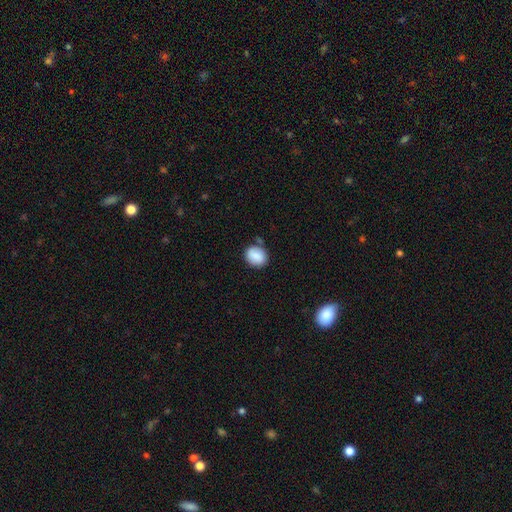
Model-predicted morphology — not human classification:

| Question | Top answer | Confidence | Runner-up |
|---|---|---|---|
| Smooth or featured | smooth | 86% | star or artifact (8%) |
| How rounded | round | 61% | in between (38%) |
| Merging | none | 74% | minor disturbance (16%) |